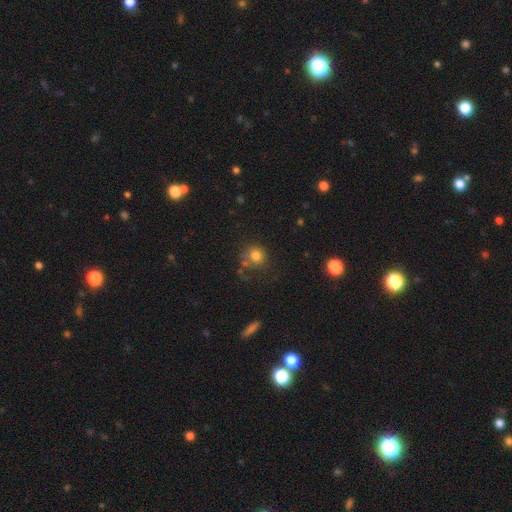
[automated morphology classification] smooth 78%, star or artifact 14%, featured or disk 9%. Down the decision tree: how rounded — round (86%); merging — none (64%).